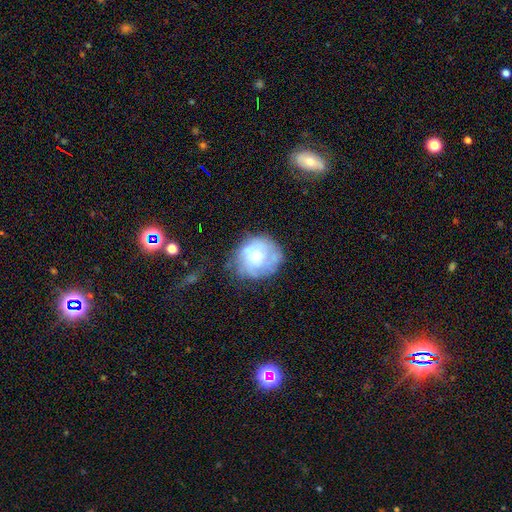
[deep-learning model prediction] Morphology: type=featured or disk (51%); edge-on=no (97%); merging=none (58%).